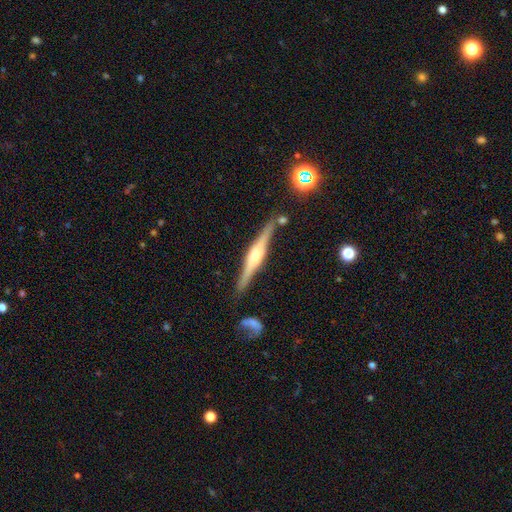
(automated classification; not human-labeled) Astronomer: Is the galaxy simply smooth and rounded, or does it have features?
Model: featured or disk — 80%.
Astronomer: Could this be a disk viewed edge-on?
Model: yes — 98%.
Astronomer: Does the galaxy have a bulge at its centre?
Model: rounded — 83%.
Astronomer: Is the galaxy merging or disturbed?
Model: none — 85%.